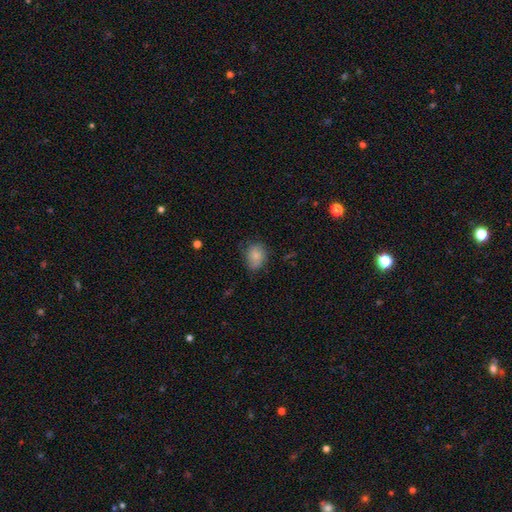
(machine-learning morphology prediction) A smooth galaxy with no disk features (79%) that is round (52%).

Vote fractions:
- Smooth or featured? smooth: 79% / featured or disk: 13% / star or artifact: 8%
- How rounded? round: 52% / in between: 47% / cigar-shaped: 1%
- Merging? none: 62% / minor disturbance: 29% / major disturbance: 7% / merger: 1%